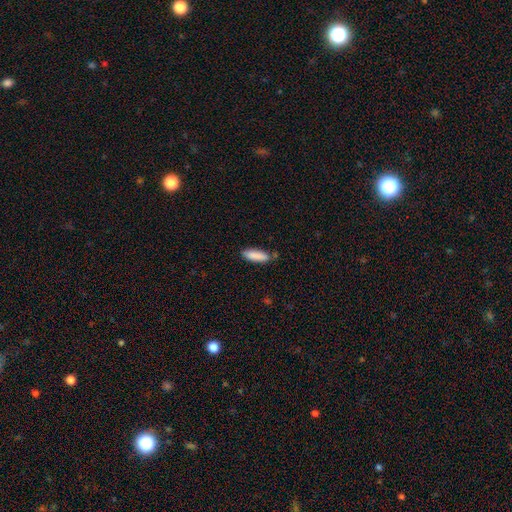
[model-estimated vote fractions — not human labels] Smooth or featured?
  - smooth: 88% *
  - star or artifact: 6%
  - featured or disk: 6%
How rounded?
  - cigar-shaped: 54% *
  - in between: 44%
  - round: 2%
Merging?
  - none: 80% *
  - minor disturbance: 14%
  - merger: 4%
  - major disturbance: 3%